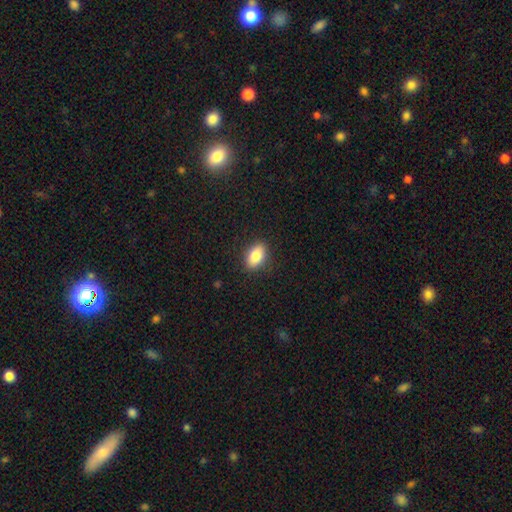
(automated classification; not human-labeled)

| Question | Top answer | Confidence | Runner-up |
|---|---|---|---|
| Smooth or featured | smooth | 84% | featured or disk (9%) |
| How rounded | in between | 88% | round (8%) |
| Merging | none | 88% | minor disturbance (9%) |